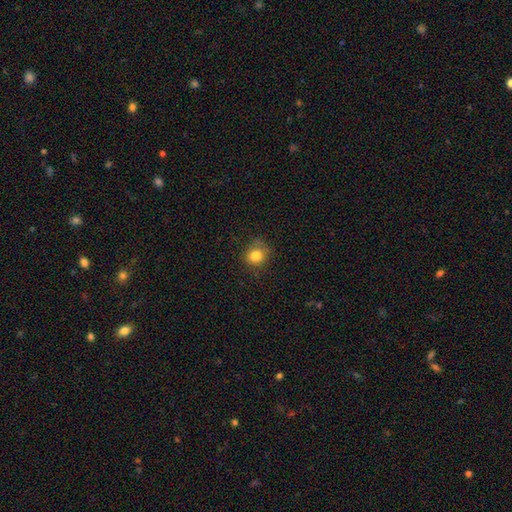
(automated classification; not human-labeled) This appears to be a smooth galaxy with no disk features (82%) that is round (81%). Merging: none (74%).